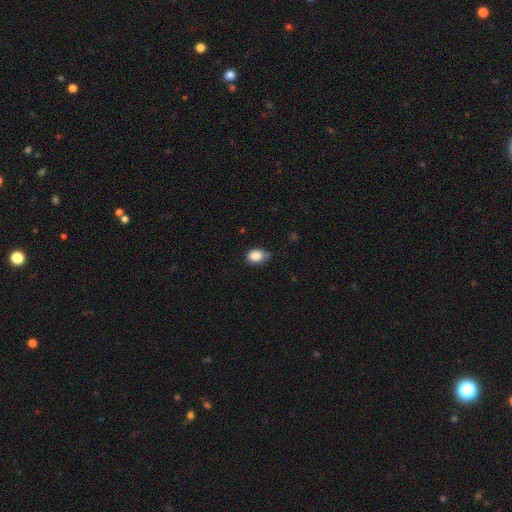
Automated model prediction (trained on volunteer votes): Q: Smooth or featured?
A: smooth (86%); runner-up: star or artifact (9%)
Q: How rounded?
A: in between (72%); runner-up: round (26%)
Q: Merging?
A: none (54%); runner-up: minor disturbance (38%)